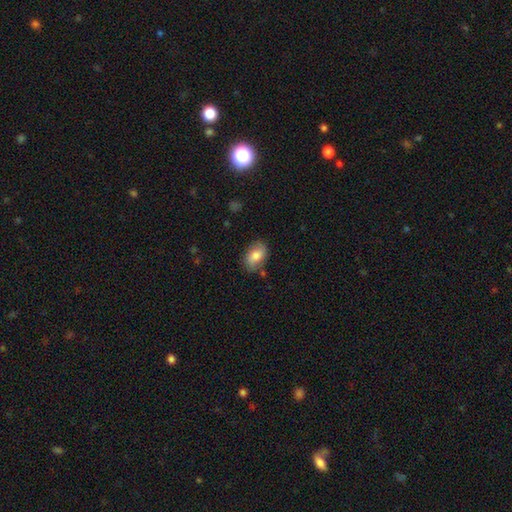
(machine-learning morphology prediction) type=smooth (74%); roundness=in between (87%); merging=none (75%).